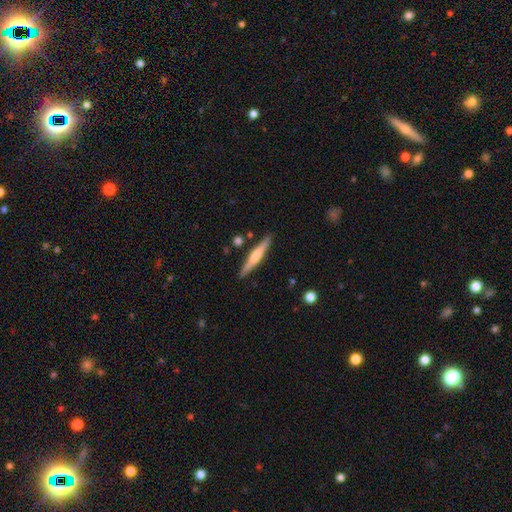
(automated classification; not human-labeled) A featured or disk galaxy (56%) viewed edge-on (97%) with a rounded central bulge (59%).

Vote fractions:
- Smooth or featured? featured or disk: 56% / smooth: 38% / star or artifact: 5%
- Edge-on disk? yes: 97% / no: 3%
- Edge-on bulge? rounded: 59% / boxy: 23% / none: 18%
- Merging? none: 87% / minor disturbance: 8% / merger: 2% / major disturbance: 2%